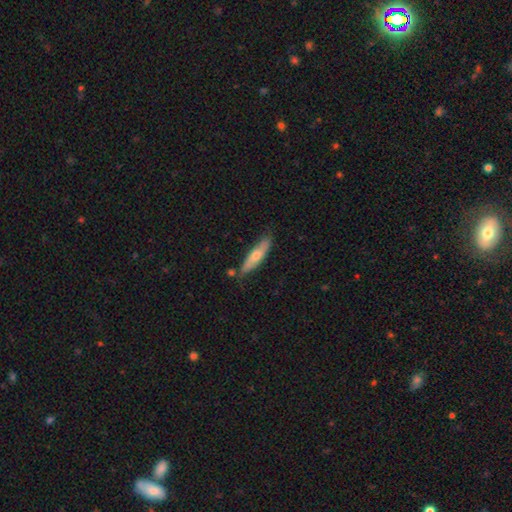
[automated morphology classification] The model was most divided on "smooth or featured": smooth: 55%, featured or disk: 39%, star or artifact: 6%. More confident: how rounded — cigar-shaped (77%); merging — none (73%).